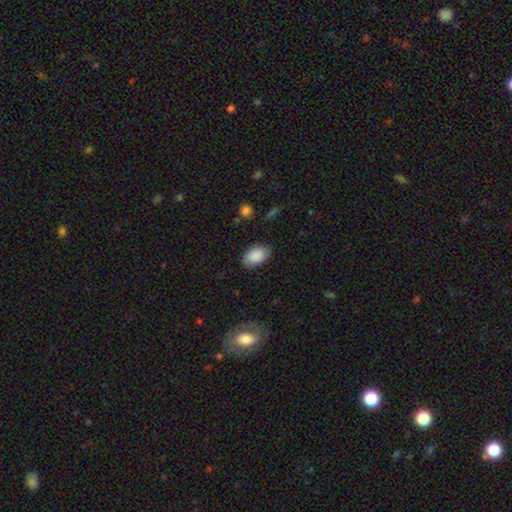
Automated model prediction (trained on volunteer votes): This is likely a smooth galaxy (80%). How rounded: clearly in between (91%). Merging: likely none (78%).